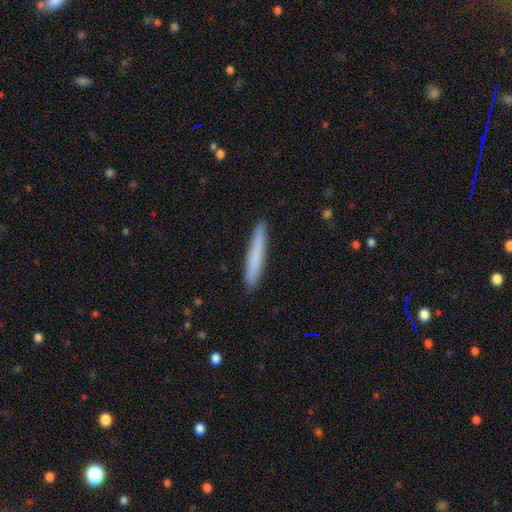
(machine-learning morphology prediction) Overall: smooth (77%). How rounded: cigar-shaped (96%). Merging: none (92%).